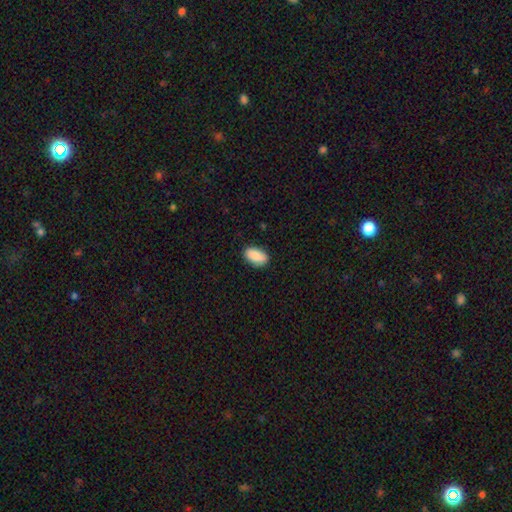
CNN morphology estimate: smooth_or_featured: smooth (p=0.88) [alt: star or artifact p=0.07]
how_rounded: in between (p=0.92) [alt: round p=0.05]
merging: none (p=0.84) [alt: minor disturbance p=0.12]